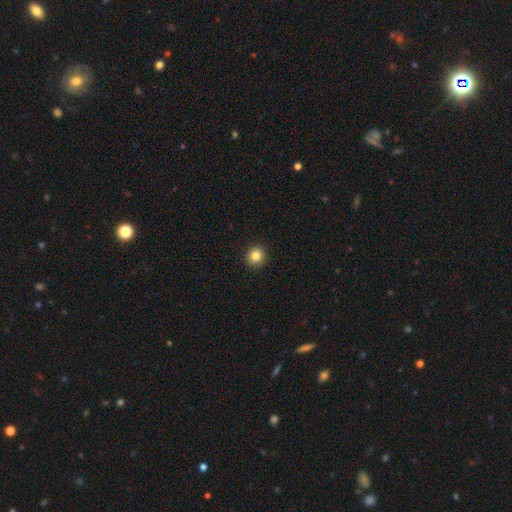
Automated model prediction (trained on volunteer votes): This appears to be a smooth galaxy with no disk features (83%) that is round (93%). Merging: none (93%).